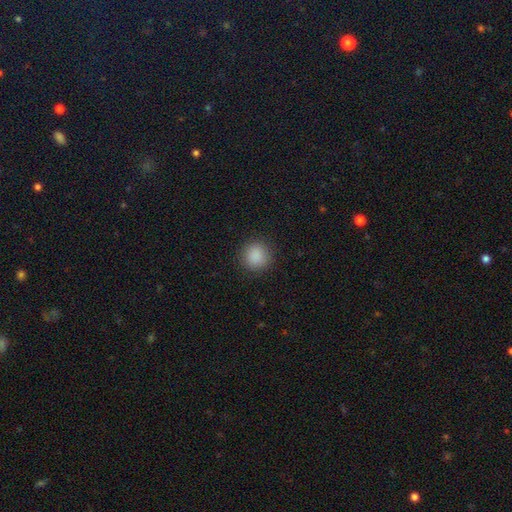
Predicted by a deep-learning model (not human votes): Morphology: type=smooth (88%); roundness=round (92%); merging=none (89%).